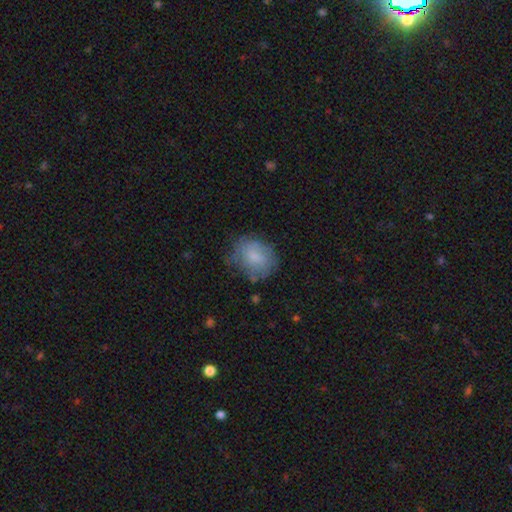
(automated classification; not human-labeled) This appears to be a smooth galaxy with no disk features (71%) that is round (54%). Merging: none (58%).